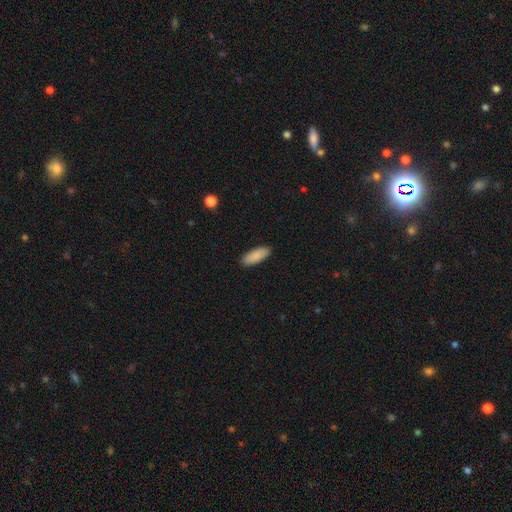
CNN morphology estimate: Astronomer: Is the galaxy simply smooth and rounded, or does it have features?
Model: smooth — 89%.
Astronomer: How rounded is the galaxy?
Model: in between — 74%.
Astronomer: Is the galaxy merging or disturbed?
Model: none — 90%.